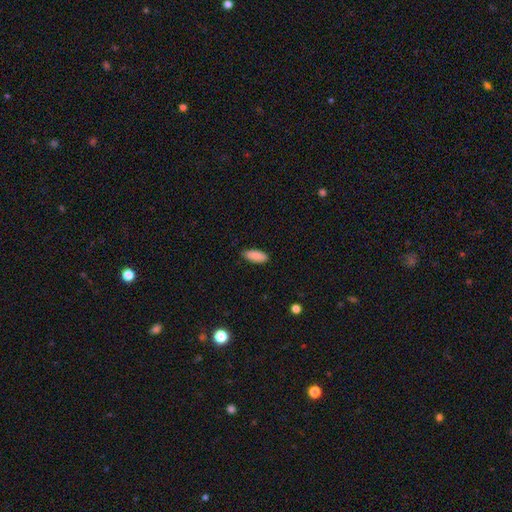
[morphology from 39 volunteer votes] Overall: smooth (92%). How rounded: in between (89%). Merging: none (95%).